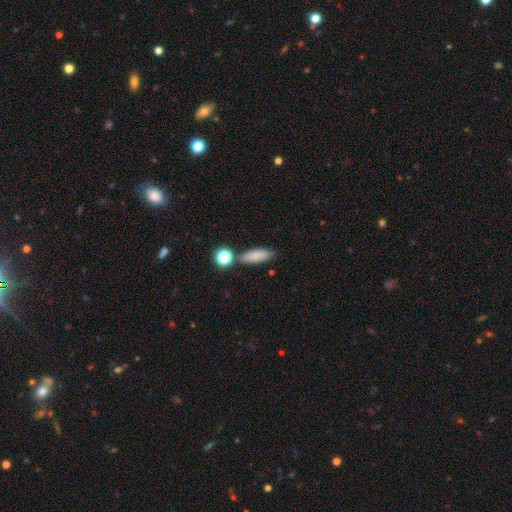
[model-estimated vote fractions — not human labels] Smooth or featured: smooth — 82% (star or artifact — 9%)
How rounded: in between — 65% (cigar-shaped — 30%)
Merging: none — 72% (minor disturbance — 13%)